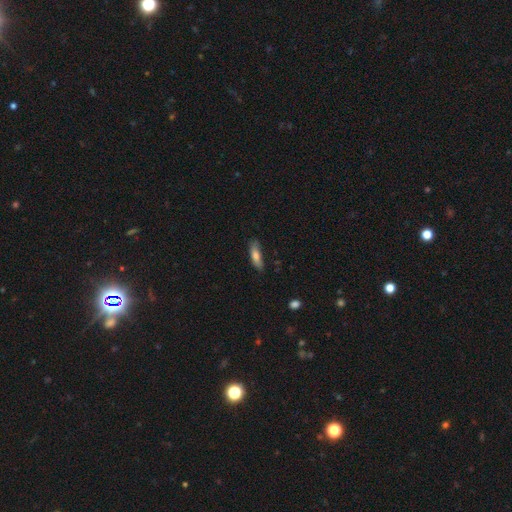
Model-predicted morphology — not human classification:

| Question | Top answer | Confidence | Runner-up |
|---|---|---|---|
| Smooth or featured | smooth | 76% | featured or disk (17%) |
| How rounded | cigar-shaped | 52% | in between (46%) |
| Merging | none | 75% | minor disturbance (19%) |